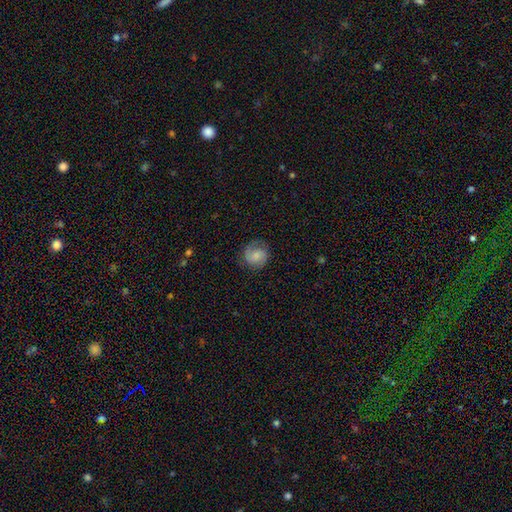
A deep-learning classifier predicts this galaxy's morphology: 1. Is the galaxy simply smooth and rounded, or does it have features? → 51% featured or disk, 41% smooth, 8% star or artifact.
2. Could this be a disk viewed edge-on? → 98% no, 2% yes.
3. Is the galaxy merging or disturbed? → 76% none, 16% minor disturbance, 7% major disturbance, 1% merger.